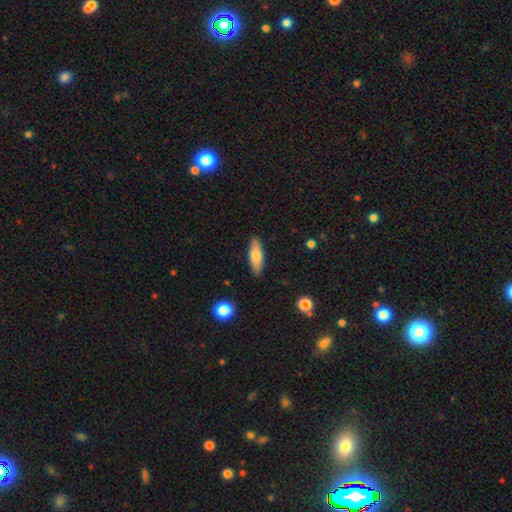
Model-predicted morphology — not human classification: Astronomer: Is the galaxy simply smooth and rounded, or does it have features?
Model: smooth — 76%.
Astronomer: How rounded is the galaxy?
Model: in between — 60% (runner-up: cigar-shaped, 38%).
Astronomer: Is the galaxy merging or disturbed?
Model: none — 87%.